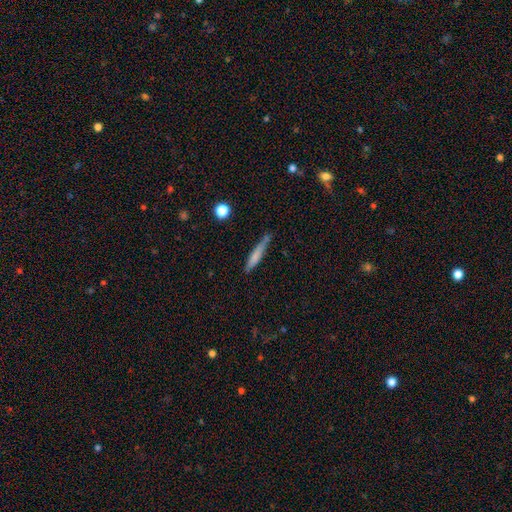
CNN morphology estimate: A smooth galaxy with no disk features (66%) that is cigar-shaped (91%).

Vote fractions:
- Smooth or featured? smooth: 66% / featured or disk: 26% / star or artifact: 7%
- How rounded? cigar-shaped: 91% / in between: 8% / round: 2%
- Merging? none: 69% / minor disturbance: 22% / merger: 5% / major disturbance: 5%